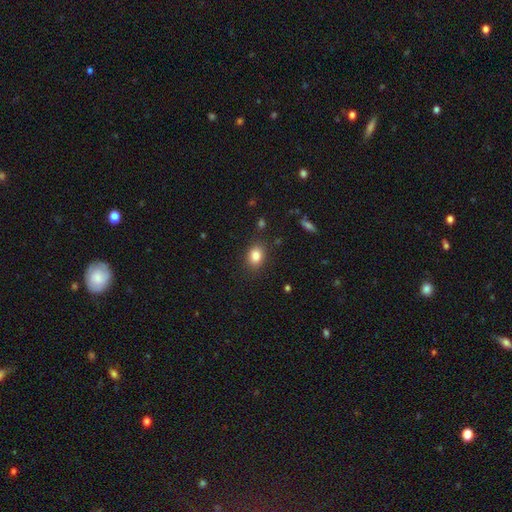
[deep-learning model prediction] Overall: smooth (85%). How rounded: in between (66%; round 32%). Merging: none (85%).